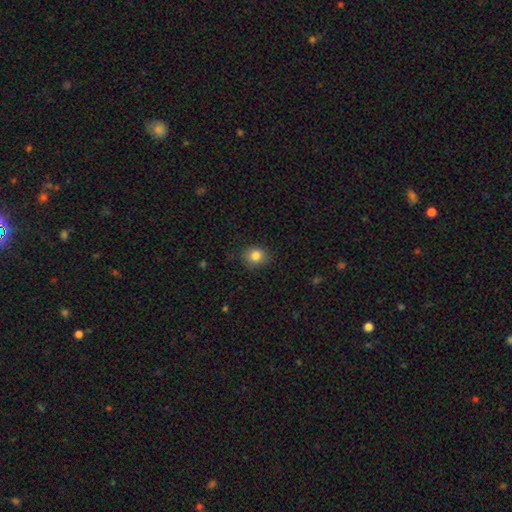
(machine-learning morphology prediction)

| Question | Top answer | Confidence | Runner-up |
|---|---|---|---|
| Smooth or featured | smooth | 83% | star or artifact (11%) |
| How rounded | round | 68% | in between (32%) |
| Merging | none | 82% | minor disturbance (14%) |